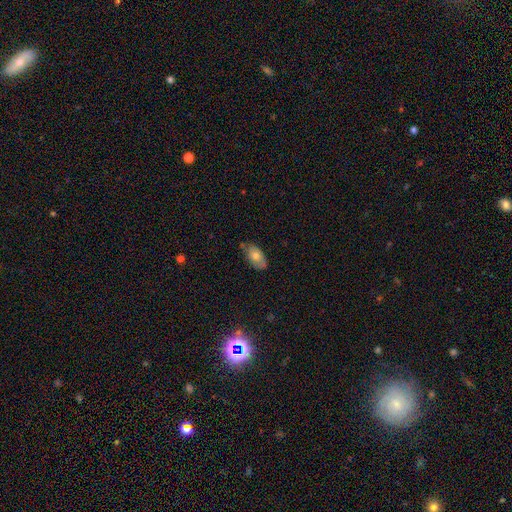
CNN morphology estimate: Smooth or featured: smooth — 70% (featured or disk — 23%)
How rounded: in between — 93% (round — 5%)
Merging: none — 67% (minor disturbance — 25%)